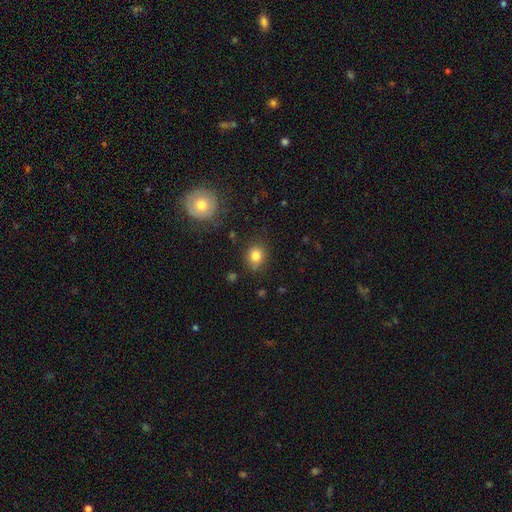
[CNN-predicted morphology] This appears to be a smooth galaxy with no disk features (81%) that is round (65%). Merging: none (77%).